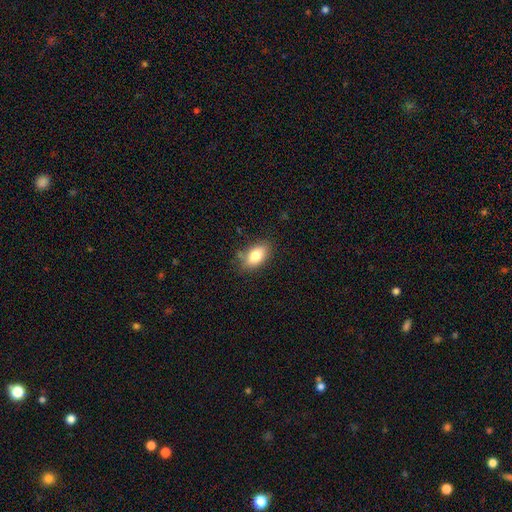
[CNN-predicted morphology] Smooth or featured?
  - smooth: 81% *
  - featured or disk: 11%
  - star or artifact: 8%
How rounded?
  - in between: 89% *
  - round: 6%
  - cigar-shaped: 4%
Merging?
  - none: 78% *
  - minor disturbance: 16%
  - major disturbance: 3%
  - merger: 2%